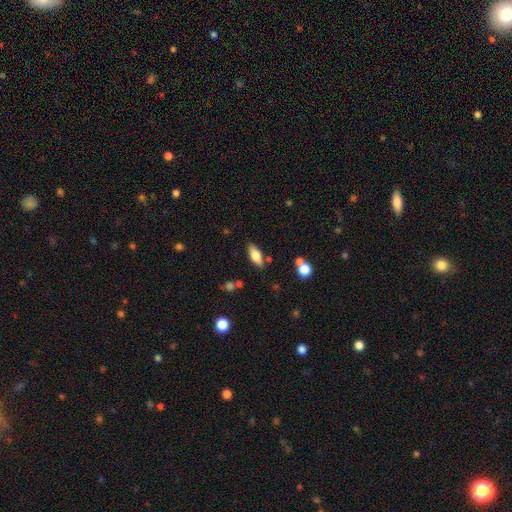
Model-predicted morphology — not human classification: The model was most divided on "smooth or featured": smooth: 66%, featured or disk: 27%, star or artifact: 7%. More confident: merging — none (81%); how rounded — in between (78%).